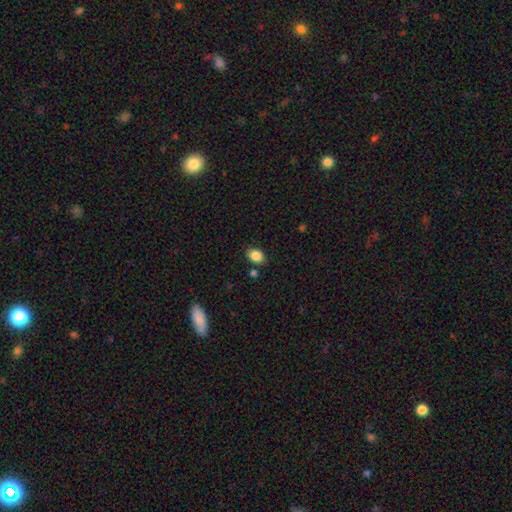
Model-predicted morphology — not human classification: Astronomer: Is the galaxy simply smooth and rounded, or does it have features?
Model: smooth — 86%.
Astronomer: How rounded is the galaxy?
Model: in between — 63%.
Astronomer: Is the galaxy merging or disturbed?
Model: none — 81%.